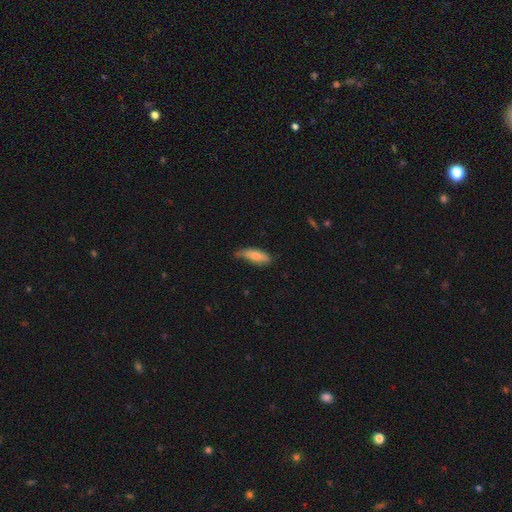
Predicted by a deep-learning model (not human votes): This is likely a smooth galaxy (76%). How rounded: likely in between (66%). Merging: possibly none (49%).